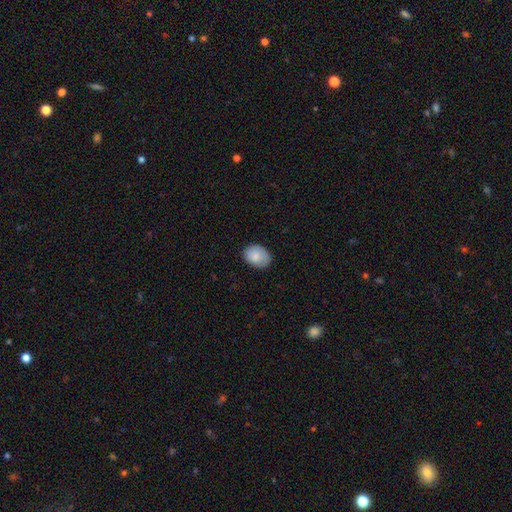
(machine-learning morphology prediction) Smooth or featured: smooth — 83% (featured or disk — 10%)
How rounded: in between — 71% (round — 28%)
Merging: none — 78% (minor disturbance — 17%)